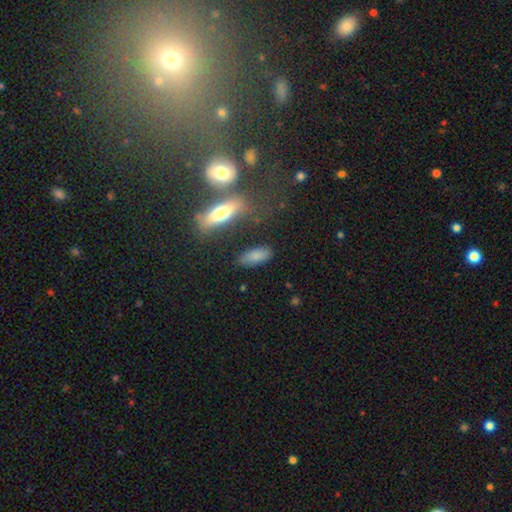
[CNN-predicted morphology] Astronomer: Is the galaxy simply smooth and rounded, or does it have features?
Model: smooth — 82%.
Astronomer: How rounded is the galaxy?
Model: in between — 79%.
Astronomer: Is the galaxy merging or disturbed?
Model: none — 79%.